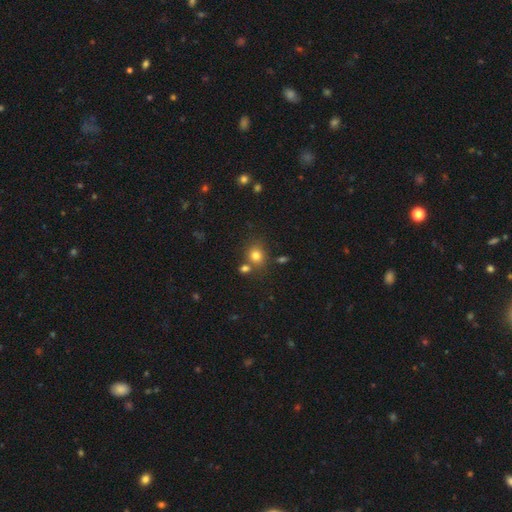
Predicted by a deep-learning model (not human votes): smooth_or_featured: smooth (p=0.78) [alt: star or artifact p=0.14]
how_rounded: round (p=0.70) [alt: in between p=0.29]
merging: none (p=0.67) [alt: merger p=0.18]